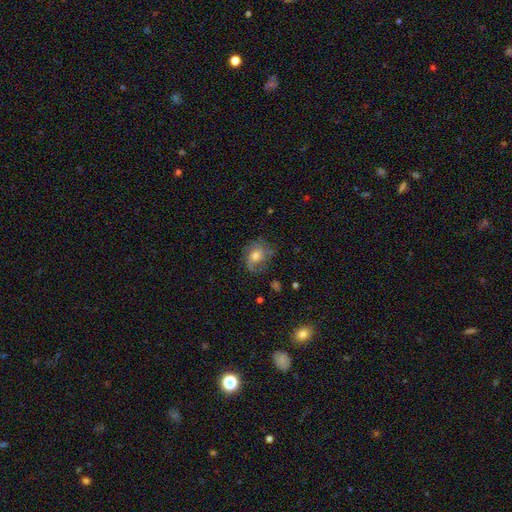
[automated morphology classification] smooth_or_featured: featured or disk (p=0.51) [alt: smooth p=0.39]
disk_edge_on: no (p=0.96) [alt: yes p=0.04]
merging: none (p=0.61) [alt: minor disturbance p=0.23]